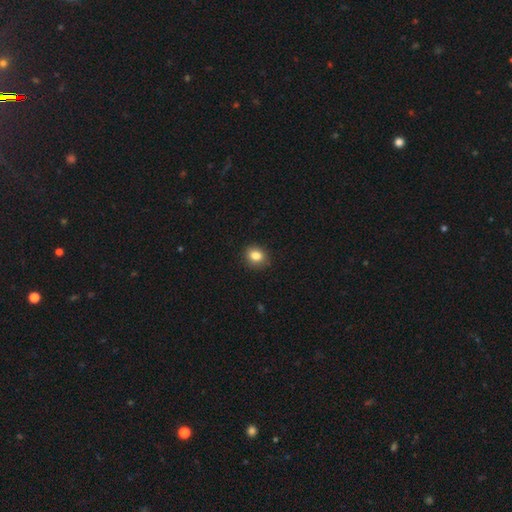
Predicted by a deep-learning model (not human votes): smooth 84%, star or artifact 10%, featured or disk 6%. Down the decision tree: how rounded — round (64%); merging — none (88%).